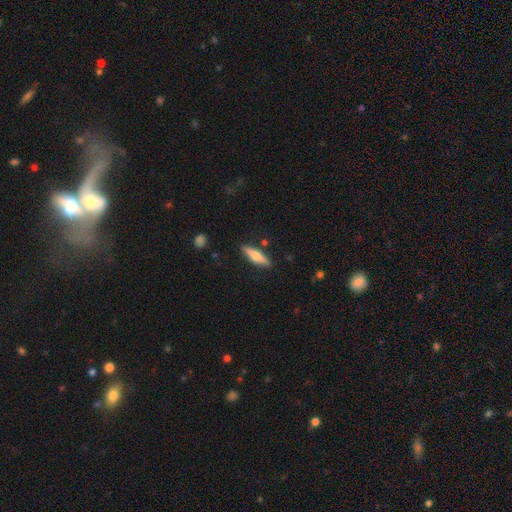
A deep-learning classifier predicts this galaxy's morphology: Smooth or featured: smooth — 54% (featured or disk — 40%)
How rounded: cigar-shaped — 66% (in between — 32%)
Merging: none — 86% (minor disturbance — 10%)